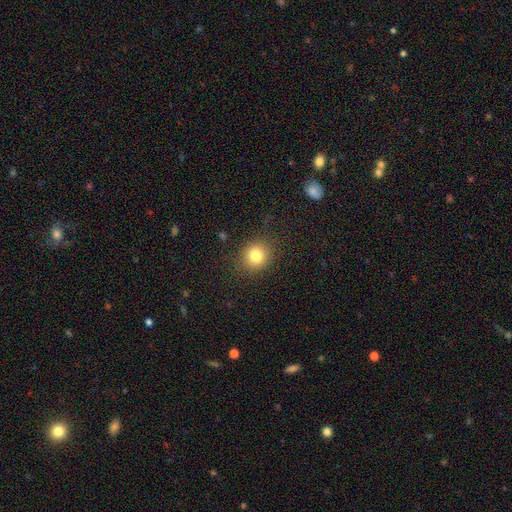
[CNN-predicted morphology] smooth-or-featured: smooth: 81% | star or artifact: 12% | featured or disk: 7%
  how-rounded: round: 83% | in between: 16% | cigar-shaped: 1%
  merging: none: 88% | minor disturbance: 8% | major disturbance: 3% | merger: 1%